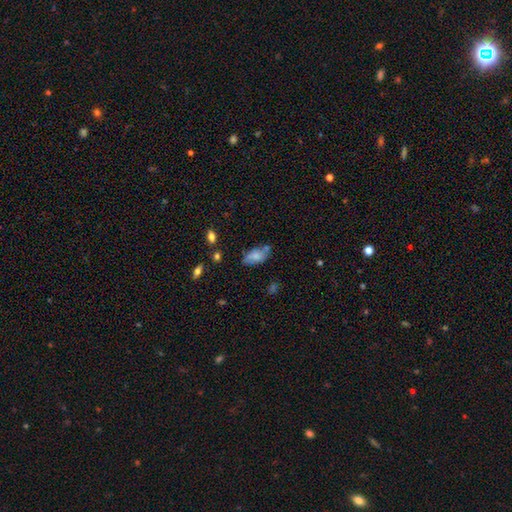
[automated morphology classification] Q: Smooth or featured?
A: smooth (73%); runner-up: featured or disk (19%)
Q: How rounded?
A: in between (89%); runner-up: cigar-shaped (7%)
Q: Merging?
A: none (56%); runner-up: minor disturbance (26%)